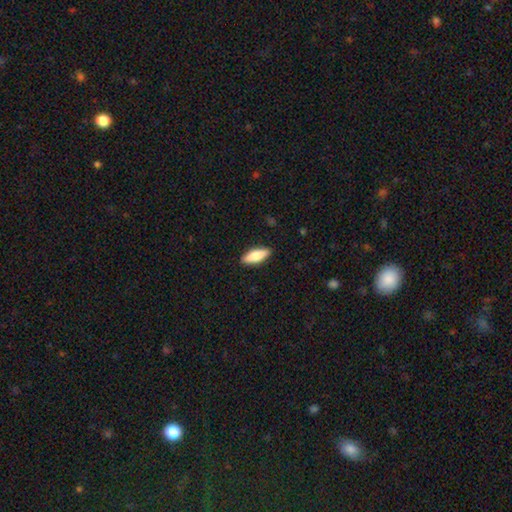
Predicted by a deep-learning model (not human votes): A smooth galaxy with no disk features (77%) that is in between round and cigar-shaped (58%). Merging: none (89%).